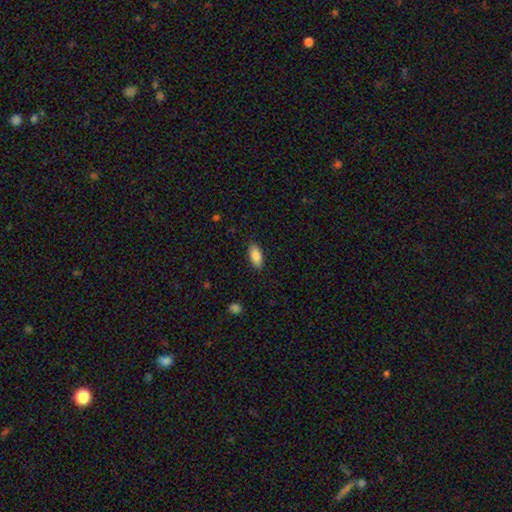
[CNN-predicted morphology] Smooth or featured?
  - smooth: 87% *
  - star or artifact: 7%
  - featured or disk: 6%
How rounded?
  - in between: 89% *
  - cigar-shaped: 9%
  - round: 2%
Merging?
  - none: 87% *
  - minor disturbance: 10%
  - major disturbance: 2%
  - merger: 1%